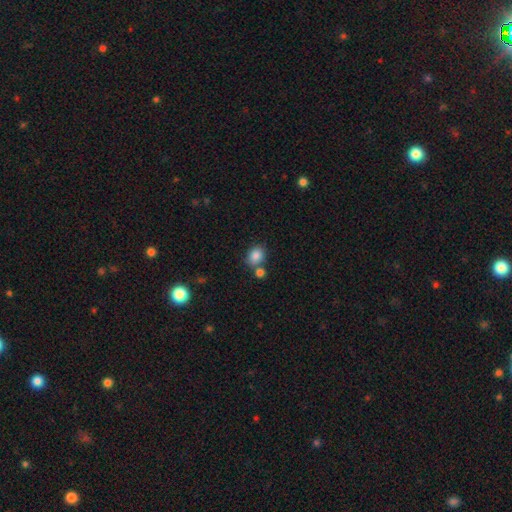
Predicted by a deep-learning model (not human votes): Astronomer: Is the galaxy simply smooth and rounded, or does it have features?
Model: smooth — 85%.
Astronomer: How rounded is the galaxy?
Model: in between — 50% (runner-up: round, 49%).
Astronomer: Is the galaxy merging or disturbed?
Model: none — 61%.